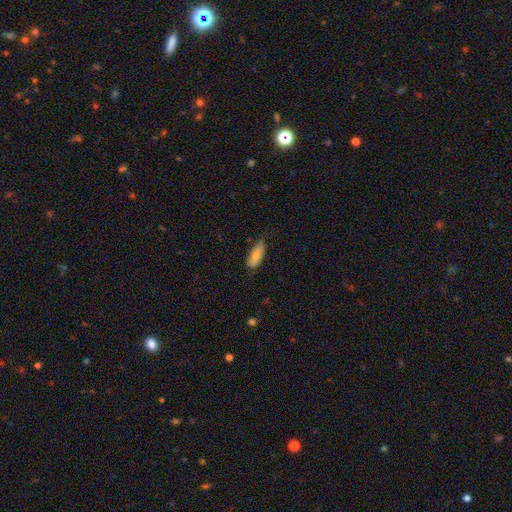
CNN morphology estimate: type=smooth (80%); roundness=in between (75%); merging=none (61%).